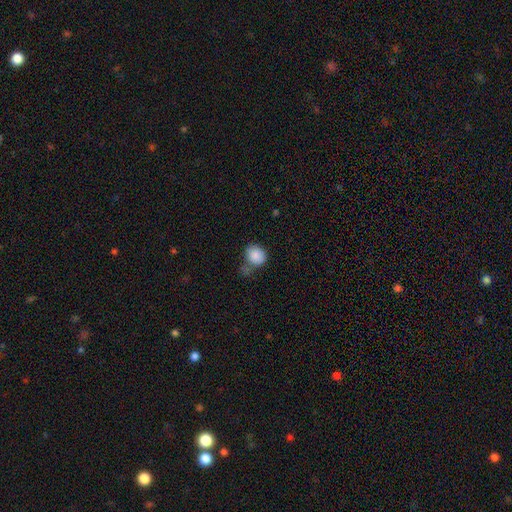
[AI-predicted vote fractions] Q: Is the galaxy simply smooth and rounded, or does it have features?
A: smooth — 87%.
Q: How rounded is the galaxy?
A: round — 65%.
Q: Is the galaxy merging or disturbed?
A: none — 53%.